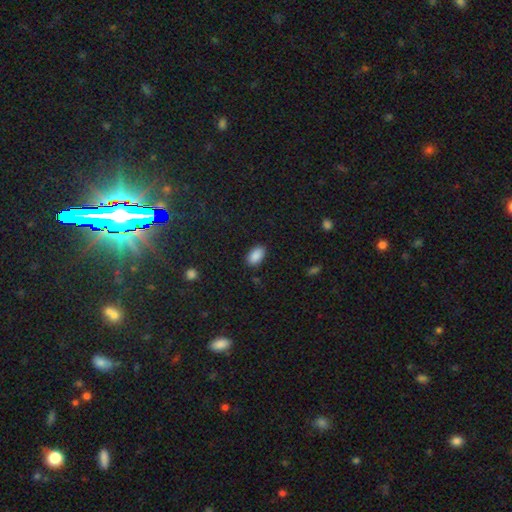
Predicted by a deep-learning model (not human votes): A smooth galaxy with no disk features (89%) that is in between round and cigar-shaped (93%).

Vote fractions:
- Smooth or featured? smooth: 89% / star or artifact: 8% / featured or disk: 3%
- How rounded? in between: 93% / round: 6% / cigar-shaped: 1%
- Merging? none: 87% / minor disturbance: 9% / major disturbance: 2% / merger: 1%